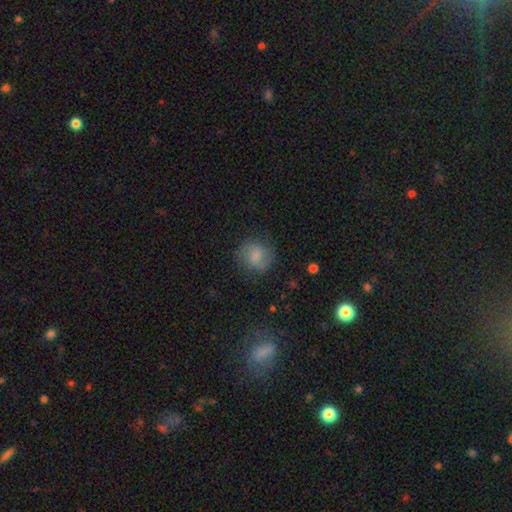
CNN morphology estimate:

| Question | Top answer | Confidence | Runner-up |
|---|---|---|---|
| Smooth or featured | smooth | 65% | featured or disk (25%) |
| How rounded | round | 80% | in between (18%) |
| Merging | none | 73% | minor disturbance (17%) |